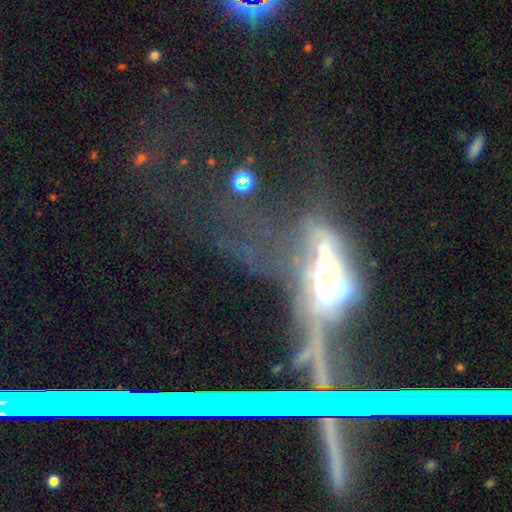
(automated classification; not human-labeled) smooth_or_featured: featured or disk (p=0.46) [alt: star or artifact p=0.30]
merging: major disturbance (p=0.43) [alt: none p=0.24]